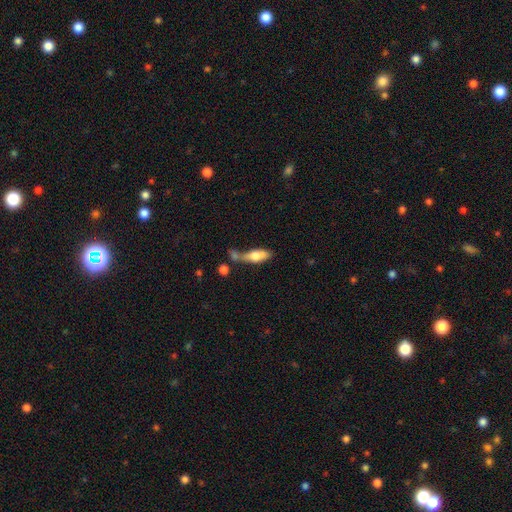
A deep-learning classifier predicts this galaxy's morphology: This is likely a smooth galaxy (65%). How rounded: likely in between (61%). Merging: marginally none (34%).